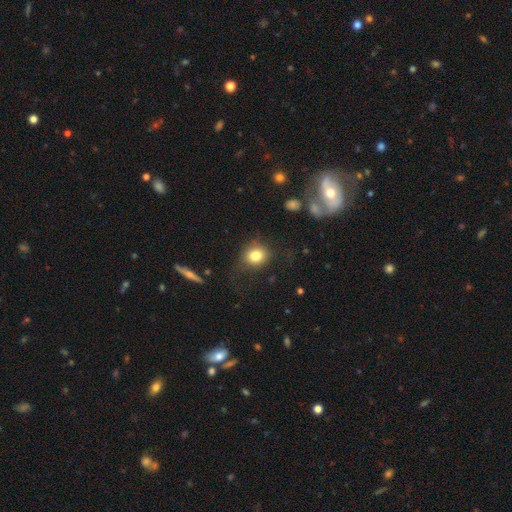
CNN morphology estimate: Smooth or featured? Predicted: smooth (p=0.80). How rounded? Predicted: round (p=0.77). Merging? Predicted: none (p=0.71).